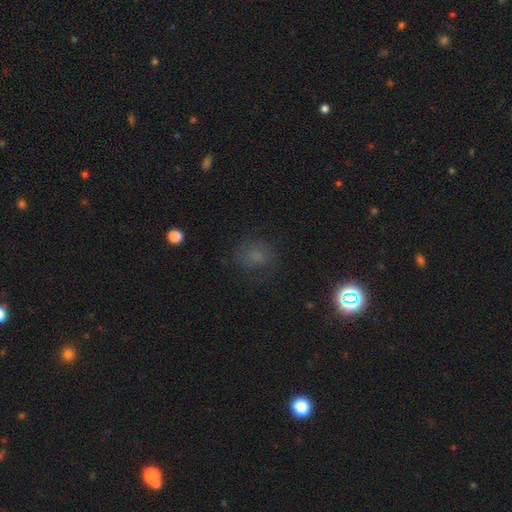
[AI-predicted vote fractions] smooth_or_featured: smooth (p=0.63) [alt: star or artifact p=0.25]
how_rounded: round (p=0.70) [alt: in between p=0.29]
merging: none (p=0.73) [alt: minor disturbance p=0.17]